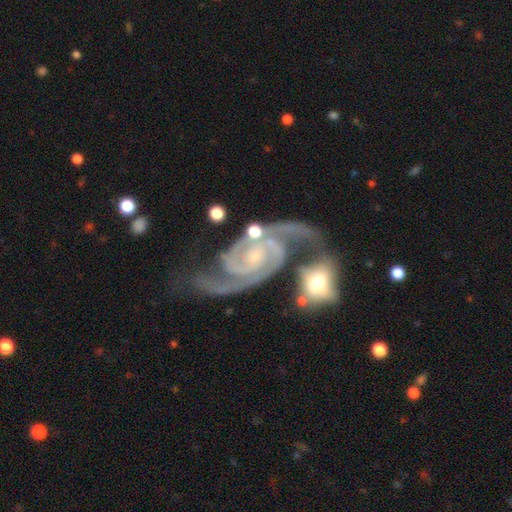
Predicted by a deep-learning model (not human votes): smooth-or-featured: featured or disk: 94% | star or artifact: 4% | smooth: 2%
  disk-edge-on: no: 98% | yes: 2%
    bar: no: 55% | weak: 31% | strong: 13%
    has-spiral-arms: yes: 99% | no: 1%
      spiral-winding: medium: 49% | tight: 42% | loose: 9%
      spiral-arm-count: 2: 87% | 3: 6% | can't tell: 2% | 4: 2% | 1: 2% | more than 4: 2%
    bulge-size: small: 75% | moderate: 19% | none: 4% | large: 1% | dominant: 1%
  merging: none: 48% | merger: 26% | minor disturbance: 17% | major disturbance: 8%